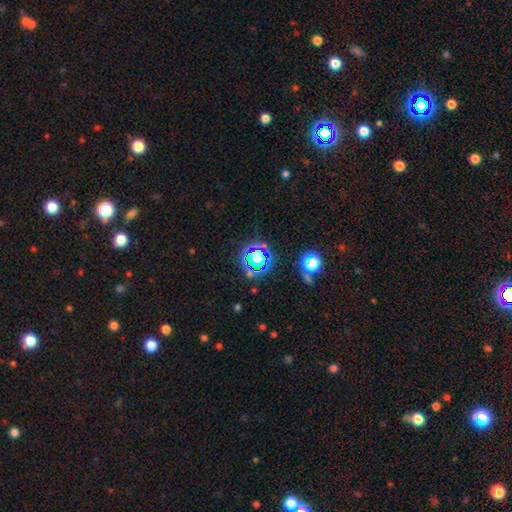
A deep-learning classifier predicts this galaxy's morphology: A star or artifact, not a galaxy (68%).

Vote fractions:
- Smooth or featured? star or artifact: 68% / smooth: 21% / featured or disk: 10%